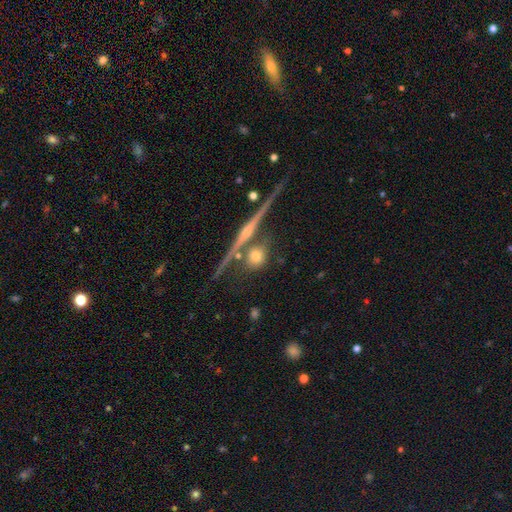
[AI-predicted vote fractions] Smooth or featured? smooth (51%)
How rounded? round (82%)
Merging? none (67%)